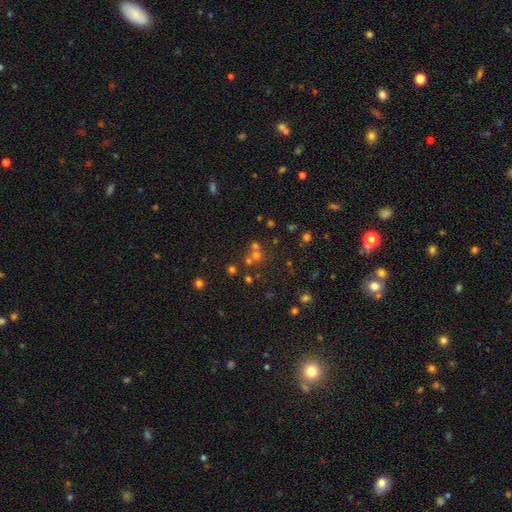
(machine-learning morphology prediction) smooth-or-featured: star or artifact: 44% | smooth: 42% | featured or disk: 14%